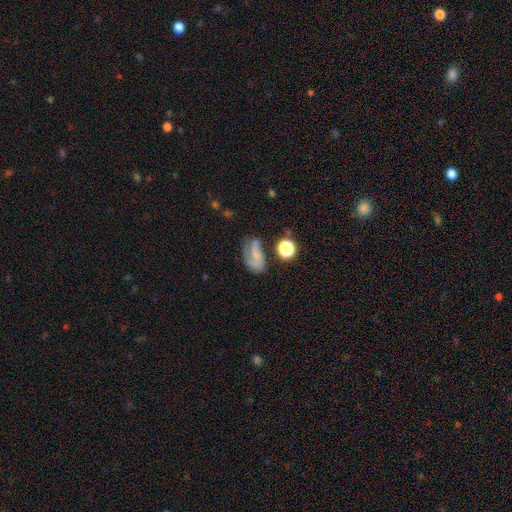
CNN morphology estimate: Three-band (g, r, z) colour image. It shows a featured or disk galaxy (60%) with no bar (49%), spiral arms (85%) and a small central bulge (50%). Merging: none (46%).